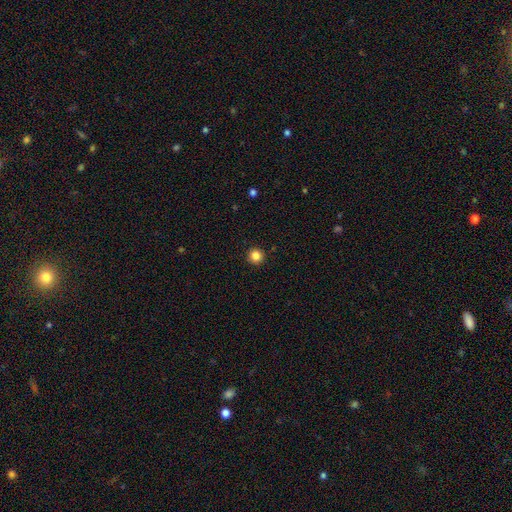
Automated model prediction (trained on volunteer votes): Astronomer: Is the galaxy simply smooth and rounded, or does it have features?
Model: smooth — 85%.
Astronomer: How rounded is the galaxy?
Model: round — 95%.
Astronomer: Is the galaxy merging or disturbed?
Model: none — 93%.